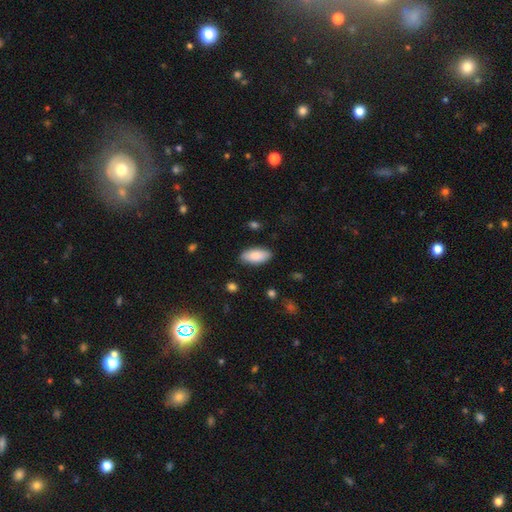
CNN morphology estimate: This appears to be a smooth galaxy with no disk features (86%) that is in between round and cigar-shaped (90%). Merging: none (86%).